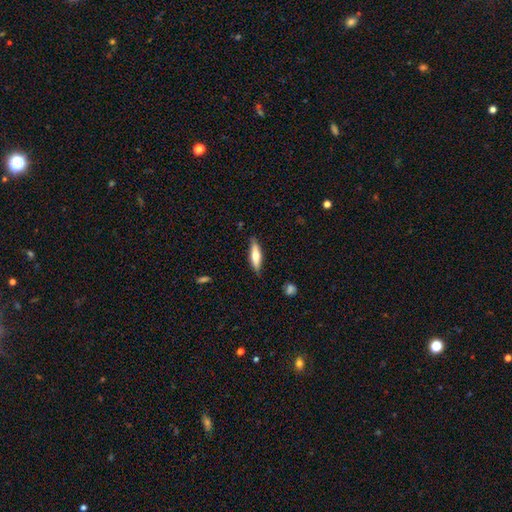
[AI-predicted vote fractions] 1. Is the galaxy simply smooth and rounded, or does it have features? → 58% smooth, 36% featured or disk, 6% star or artifact.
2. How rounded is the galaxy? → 68% cigar-shaped, 30% in between, 2% round.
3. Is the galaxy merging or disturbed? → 82% none, 15% minor disturbance, 2% major disturbance, 1% merger.